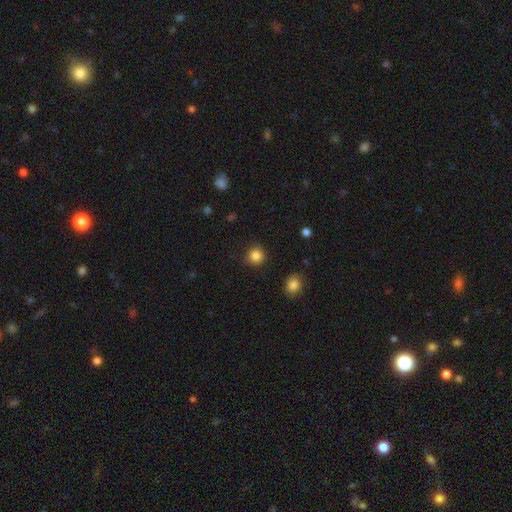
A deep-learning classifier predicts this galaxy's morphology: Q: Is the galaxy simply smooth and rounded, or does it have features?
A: smooth — 85%.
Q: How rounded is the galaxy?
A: round — 91%.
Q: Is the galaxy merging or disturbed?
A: none — 87%.